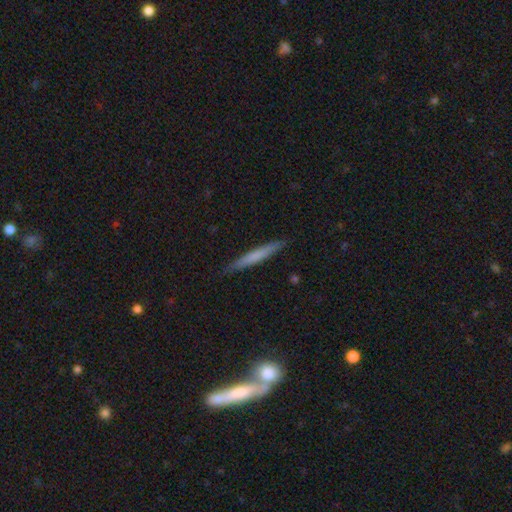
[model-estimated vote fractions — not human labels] The model was most divided on "smooth or featured": smooth: 62%, featured or disk: 32%, star or artifact: 6%. More confident: how rounded — cigar-shaped (96%); merging — none (90%).